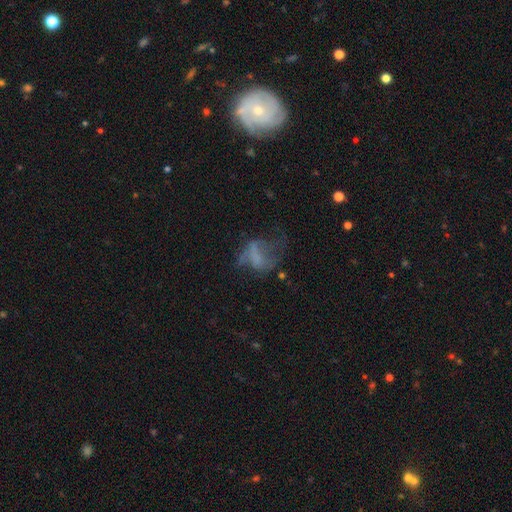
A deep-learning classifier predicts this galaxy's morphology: Smooth or featured? Predicted: featured or disk (p=0.47). Merging? Predicted: major disturbance (p=0.49).